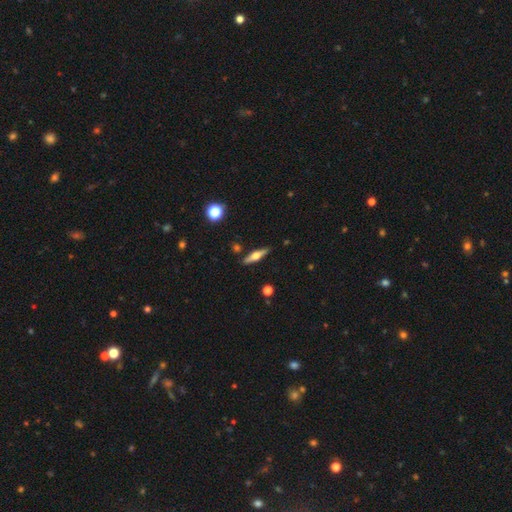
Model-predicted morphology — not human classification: Smooth or featured?
  - featured or disk: 59% *
  - smooth: 35%
  - star or artifact: 6%
Edge-on disk?
  - yes: 95% *
  - no: 5%
Edge-on bulge?
  - rounded: 93% *
  - boxy: 4%
  - none: 3%
Merging?
  - none: 88% *
  - minor disturbance: 8%
  - merger: 2%
  - major disturbance: 2%